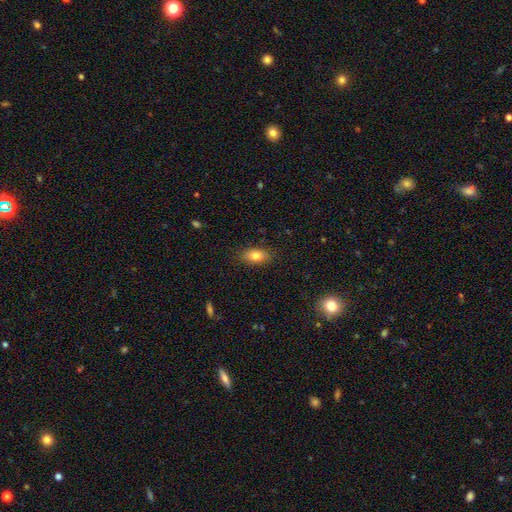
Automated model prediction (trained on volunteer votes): This appears to be a smooth galaxy with no disk features (79%) that is in between round and cigar-shaped (86%). Merging: none (86%).